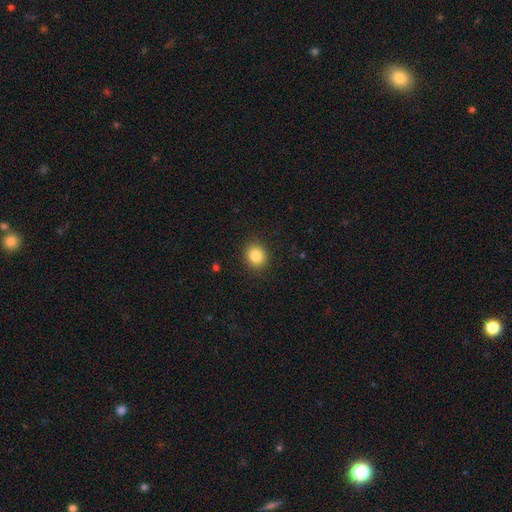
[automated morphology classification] type=smooth (85%); roundness=round (77%); merging=none (90%).